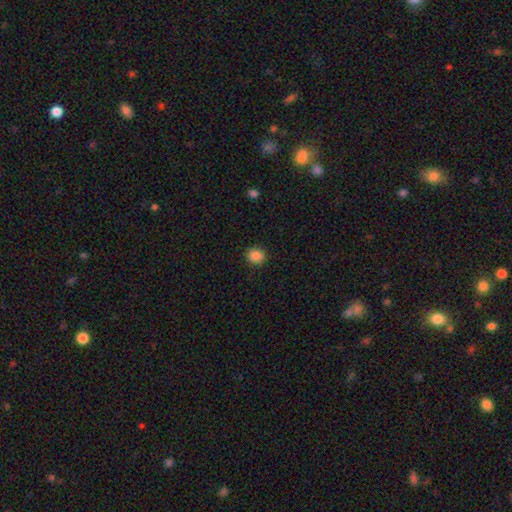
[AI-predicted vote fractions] Morphology: type=smooth (87%); roundness=round (80%); merging=none (90%).